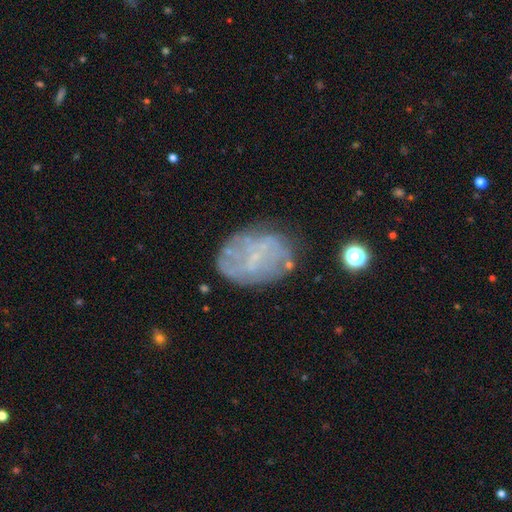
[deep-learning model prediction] Q: Smooth or featured?
A: featured or disk (55%); runner-up: smooth (33%)
Q: Edge-on disk?
A: no (97%); runner-up: yes (3%)
Q: Bar?
A: no (66%); runner-up: weak (27%)
Q: Spiral arms?
A: no (60%); runner-up: yes (40%)
Q: Bulge size?
A: small (53%); runner-up: none (39%)
Q: Merging?
A: none (68%); runner-up: minor disturbance (19%)